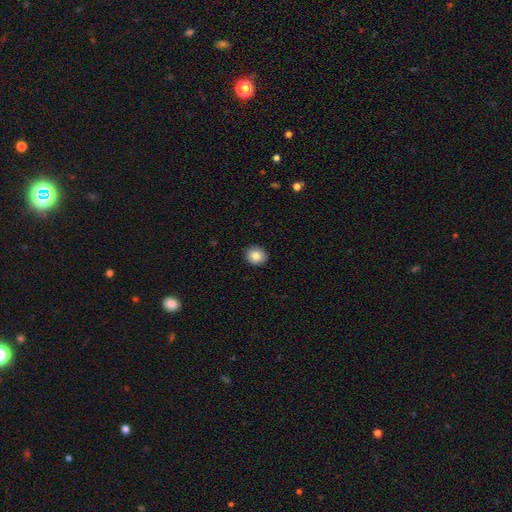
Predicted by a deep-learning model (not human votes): Smooth or featured? smooth (85%)
How rounded? round (78%)
Merging? none (91%)